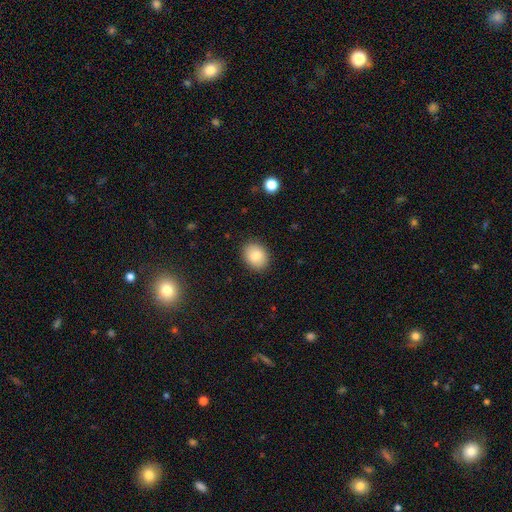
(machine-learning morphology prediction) Q: Smooth or featured?
A: smooth (85%); runner-up: star or artifact (8%)
Q: How rounded?
A: in between (55%); runner-up: round (44%)
Q: Merging?
A: none (89%); runner-up: minor disturbance (8%)